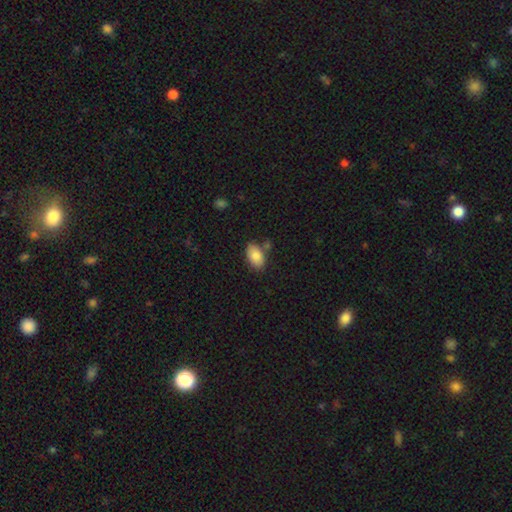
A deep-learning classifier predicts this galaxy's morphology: This is clearly a smooth galaxy (84%). How rounded: clearly in between (93%). Merging: likely none (71%).